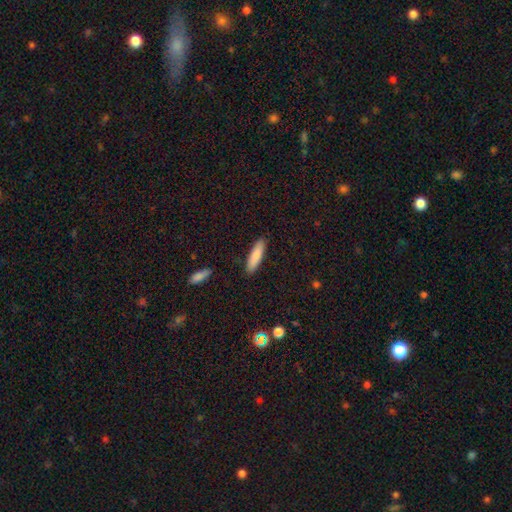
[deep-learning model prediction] smooth_or_featured: smooth (p=0.83) [alt: featured or disk p=0.11]
how_rounded: cigar-shaped (p=0.70) [alt: in between p=0.29]
merging: none (p=0.88) [alt: minor disturbance p=0.08]